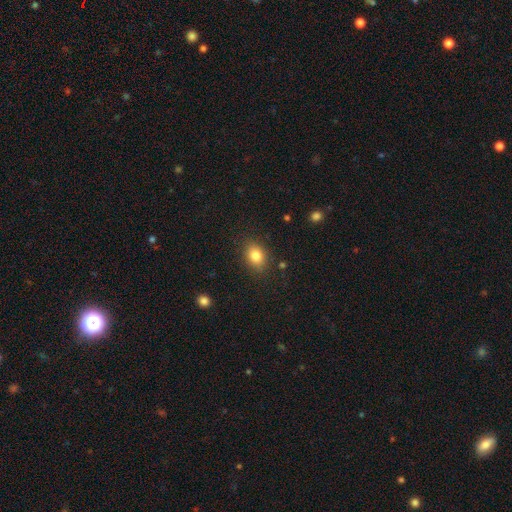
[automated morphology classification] smooth 83%, star or artifact 10%, featured or disk 7%. Down the decision tree: how rounded — in between (66%); merging — none (85%).